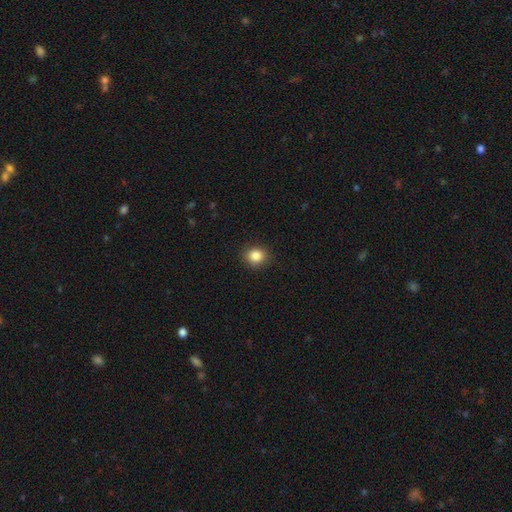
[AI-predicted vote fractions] Q: Smooth or featured?
A: smooth (86%); runner-up: star or artifact (10%)
Q: How rounded?
A: round (74%); runner-up: in between (25%)
Q: Merging?
A: none (89%); runner-up: minor disturbance (8%)